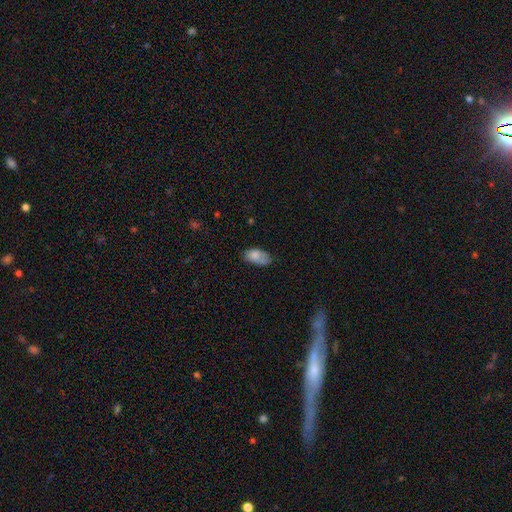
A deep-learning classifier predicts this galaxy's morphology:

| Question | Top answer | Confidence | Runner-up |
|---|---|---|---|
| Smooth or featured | smooth | 77% | featured or disk (15%) |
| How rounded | in between | 92% | round (5%) |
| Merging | none | 51% | minor disturbance (33%) |